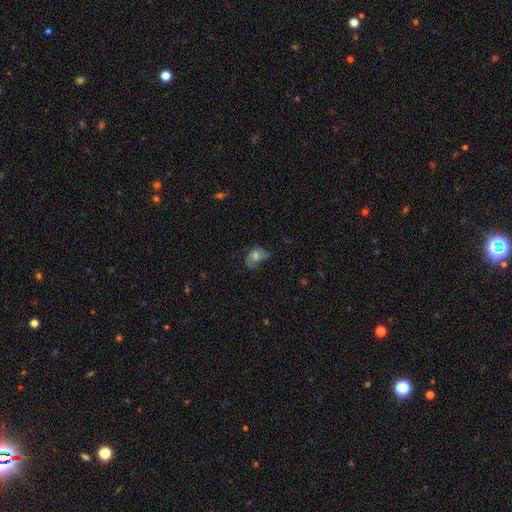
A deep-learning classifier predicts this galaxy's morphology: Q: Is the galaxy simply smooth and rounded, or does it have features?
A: smooth — 52%.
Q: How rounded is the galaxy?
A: in between — 73%.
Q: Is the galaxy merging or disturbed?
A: none — 34%.